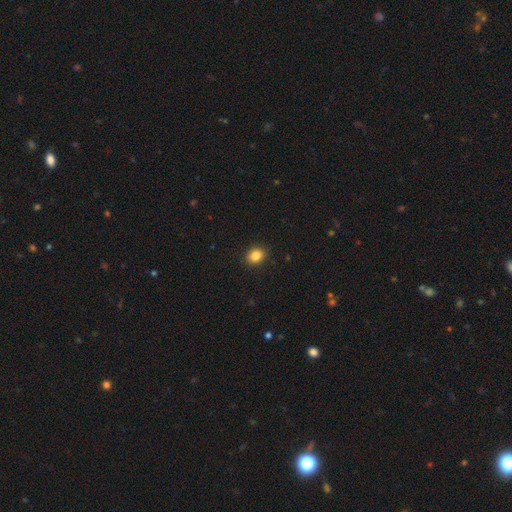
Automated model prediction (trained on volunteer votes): Smooth or featured? Predicted: smooth (p=0.85). How rounded? Predicted: round (p=0.58). Merging? Predicted: none (p=0.91).